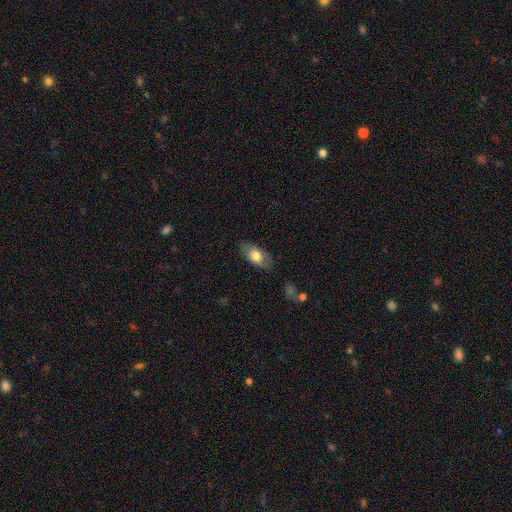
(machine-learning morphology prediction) This appears to be a smooth galaxy with no disk features (75%) that is in between round and cigar-shaped (88%). Merging: none (80%).